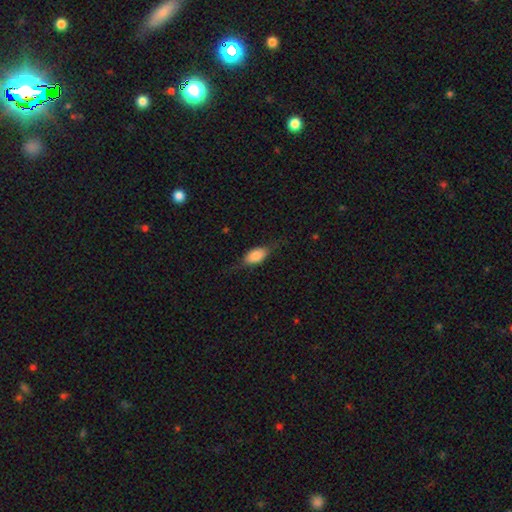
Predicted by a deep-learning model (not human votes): Overall: smooth (72%). How rounded: in between (84%). Merging: none (66%).